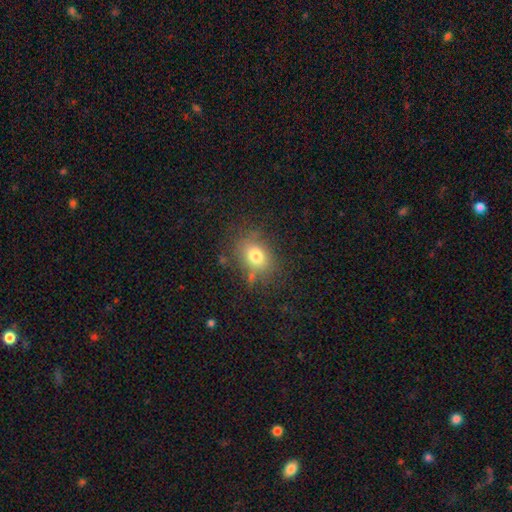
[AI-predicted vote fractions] Smooth or featured? Predicted: smooth (p=0.76). How rounded? Predicted: in between (p=0.58). Merging? Predicted: none (p=0.74).